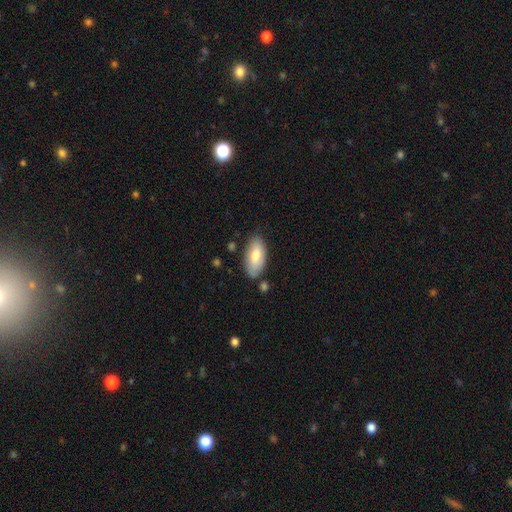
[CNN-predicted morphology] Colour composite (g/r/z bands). It shows a smooth galaxy with no disk features (79%) that is in between round and cigar-shaped (92%). Merging: none (75%).